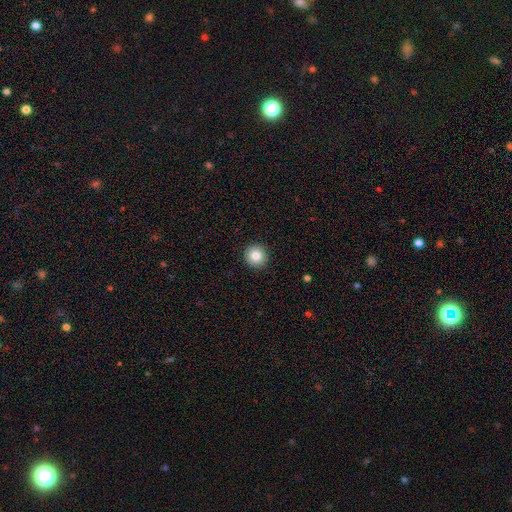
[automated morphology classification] Smooth or featured? smooth (83%)
How rounded? round (94%)
Merging? none (92%)